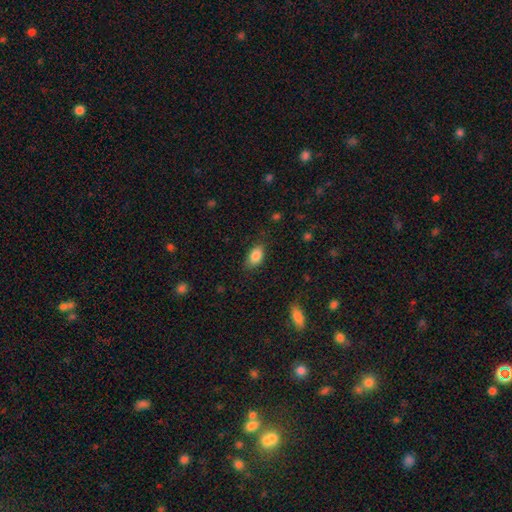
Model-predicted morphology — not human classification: Smooth or featured?
  - smooth: 86% *
  - star or artifact: 8%
  - featured or disk: 6%
How rounded?
  - in between: 89% *
  - round: 8%
  - cigar-shaped: 3%
Merging?
  - none: 80% *
  - minor disturbance: 15%
  - major disturbance: 4%
  - merger: 1%